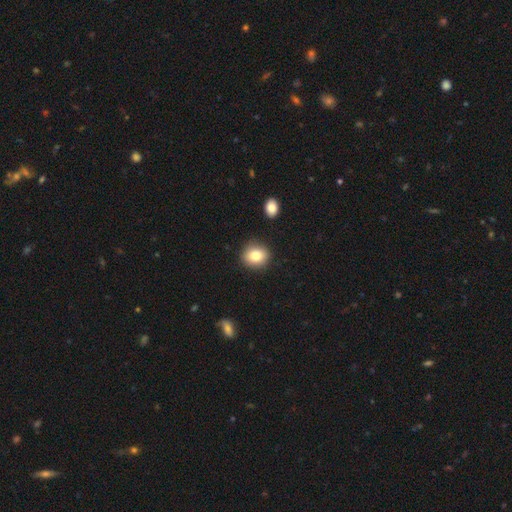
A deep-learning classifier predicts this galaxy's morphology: smooth-or-featured: smooth: 82% | star or artifact: 10% | featured or disk: 9%
  how-rounded: round: 74% | in between: 25% | cigar-shaped: 1%
  merging: none: 87% | minor disturbance: 9% | merger: 2% | major disturbance: 2%